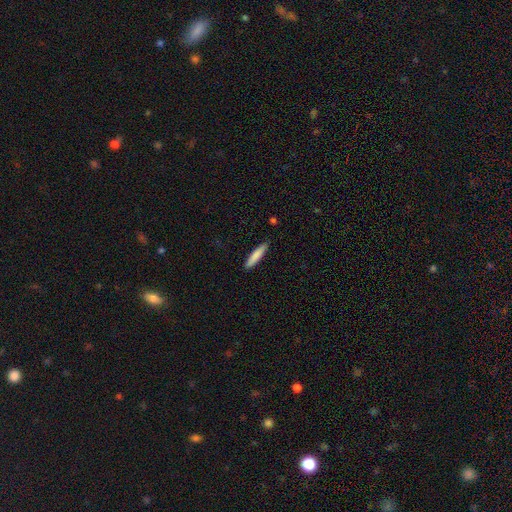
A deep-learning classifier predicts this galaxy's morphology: smooth_or_featured: smooth (p=0.83) [alt: featured or disk p=0.12]
how_rounded: cigar-shaped (p=0.85) [alt: in between p=0.14]
merging: none (p=0.87) [alt: minor disturbance p=0.10]